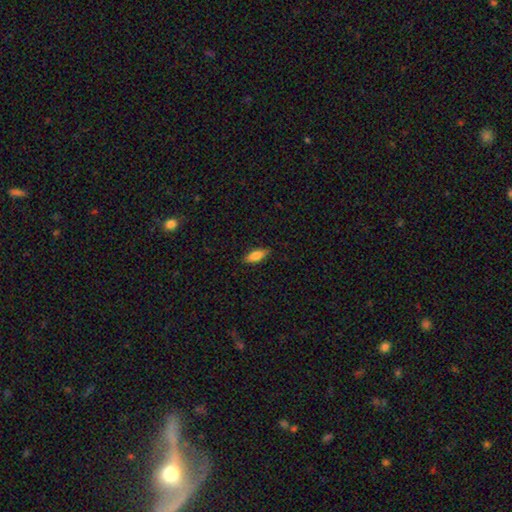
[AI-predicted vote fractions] A smooth galaxy with no disk features (76%) that is in between round and cigar-shaped (68%).

Vote fractions:
- Smooth or featured? smooth: 76% / featured or disk: 17% / star or artifact: 7%
- How rounded? in between: 68% / cigar-shaped: 30% / round: 3%
- Merging? none: 86% / minor disturbance: 11% / major disturbance: 2% / merger: 1%